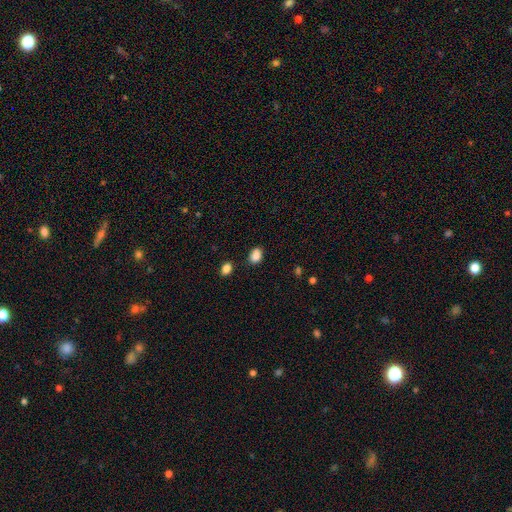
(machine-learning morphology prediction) A smooth galaxy with no disk features (87%) that is in between round and cigar-shaped (70%).

Vote fractions:
- Smooth or featured? smooth: 87% / star or artifact: 10% / featured or disk: 3%
- How rounded? in between: 70% / round: 28% / cigar-shaped: 1%
- Merging? none: 79% / minor disturbance: 14% / merger: 4% / major disturbance: 3%